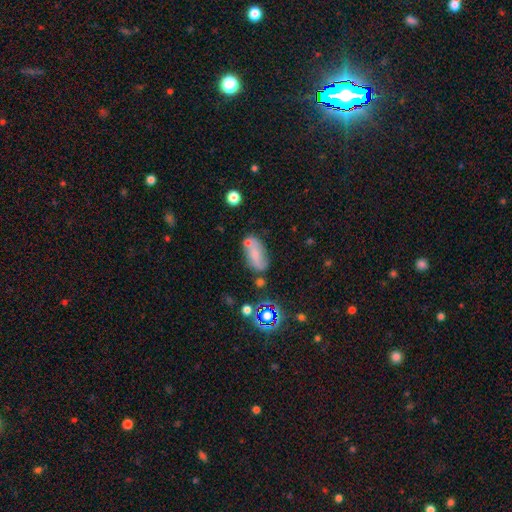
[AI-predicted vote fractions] Q: Smooth or featured?
A: smooth (62%); runner-up: featured or disk (26%)
Q: How rounded?
A: in between (85%); runner-up: cigar-shaped (10%)
Q: Merging?
A: none (53%); runner-up: minor disturbance (21%)